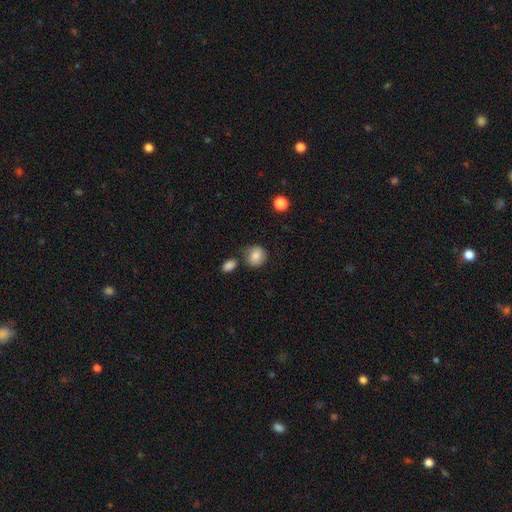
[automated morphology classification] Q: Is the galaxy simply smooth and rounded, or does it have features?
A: smooth — 84%.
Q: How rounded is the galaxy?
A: round — 78%.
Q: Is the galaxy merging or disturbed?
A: none — 70%.